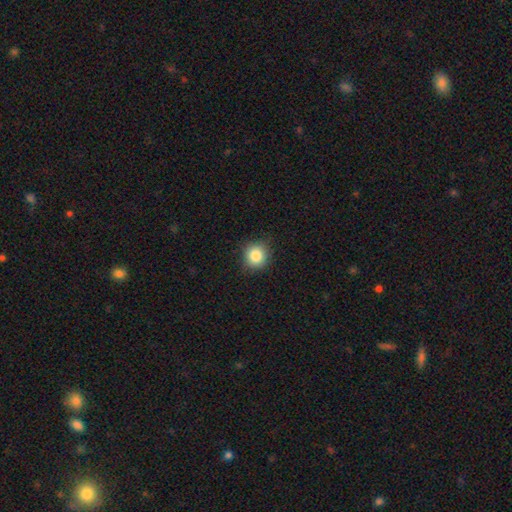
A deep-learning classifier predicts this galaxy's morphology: smooth_or_featured: smooth (p=0.85) [alt: star or artifact p=0.10]
how_rounded: round (p=0.88) [alt: in between p=0.11]
merging: none (p=0.86) [alt: minor disturbance p=0.11]